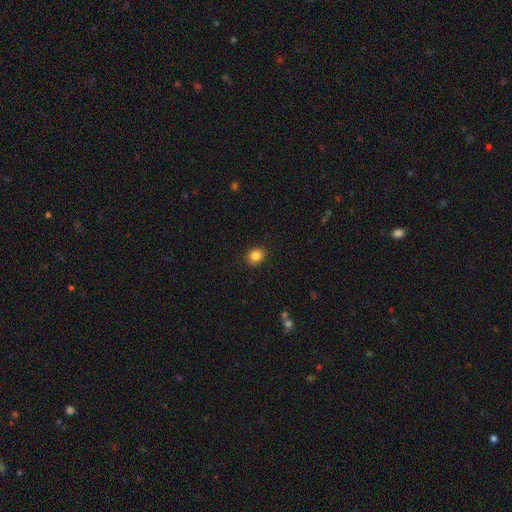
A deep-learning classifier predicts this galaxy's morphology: This is clearly a smooth galaxy (85%). How rounded: likely round (72%). Merging: clearly none (90%).